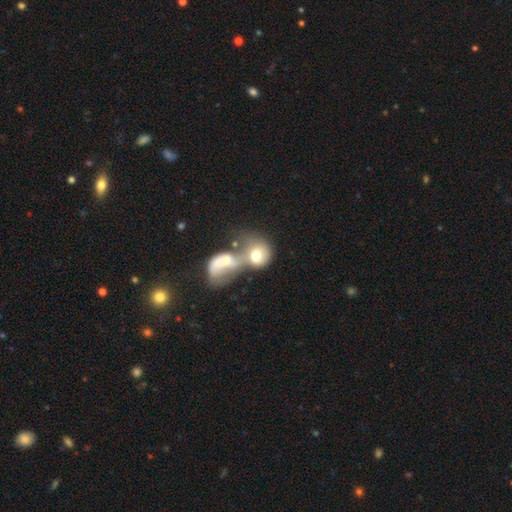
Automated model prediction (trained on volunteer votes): smooth-or-featured: smooth: 64% | featured or disk: 27% | star or artifact: 9%
  how-rounded: round: 58% | in between: 40% | cigar-shaped: 2%
  merging: merger: 73% | major disturbance: 13% | none: 9% | minor disturbance: 5%